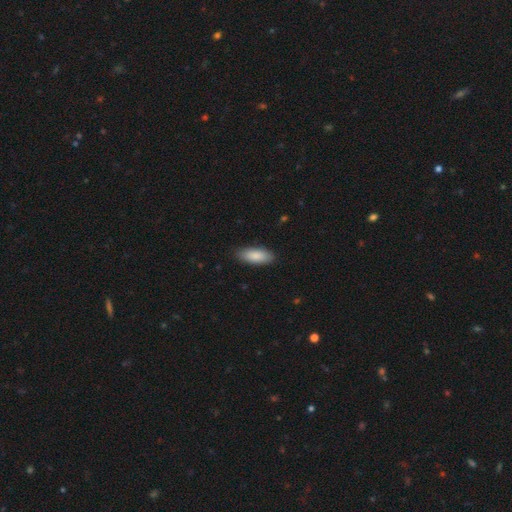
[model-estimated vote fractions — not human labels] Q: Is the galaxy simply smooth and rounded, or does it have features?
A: smooth — 88%.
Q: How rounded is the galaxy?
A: in between — 79%.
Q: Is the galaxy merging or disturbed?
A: none — 87%.